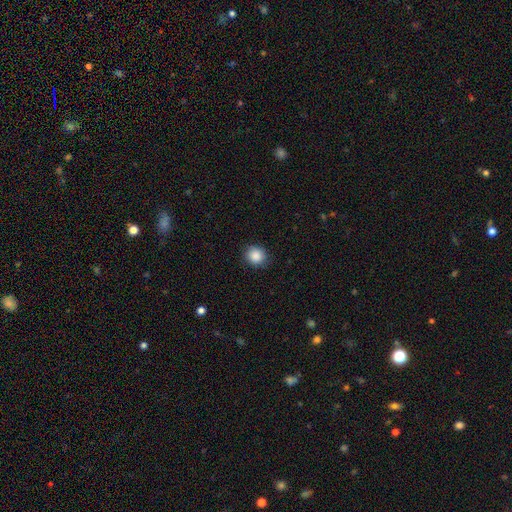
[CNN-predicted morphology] The model was most divided on "how rounded": round: 87%, in between: 12%, cigar-shaped: 1%. More confident: smooth or featured — smooth (88%); merging — none (87%).